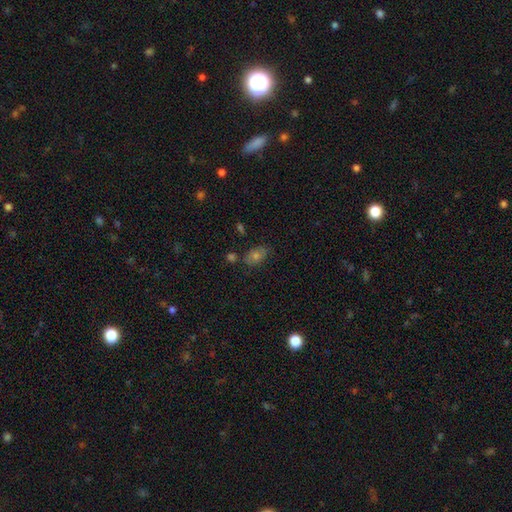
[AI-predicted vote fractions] smooth_or_featured: smooth (p=0.57) [alt: star or artifact p=0.22]
how_rounded: in between (p=0.78) [alt: round p=0.20]
merging: none (p=0.74) [alt: minor disturbance p=0.16]